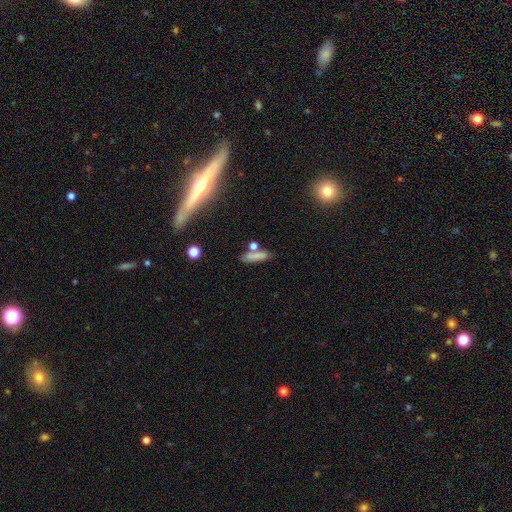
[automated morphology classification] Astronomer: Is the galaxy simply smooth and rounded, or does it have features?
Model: smooth — 71%.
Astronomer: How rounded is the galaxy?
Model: cigar-shaped — 58% (runner-up: in between, 37%).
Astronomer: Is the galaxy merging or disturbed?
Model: none — 59%.